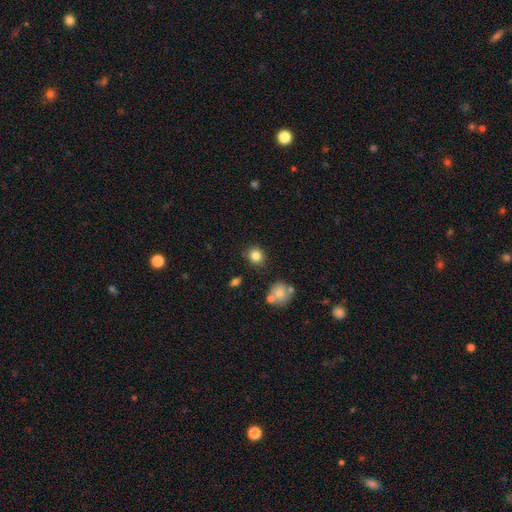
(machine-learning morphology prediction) Q: Smooth or featured?
A: smooth (83%); runner-up: star or artifact (11%)
Q: How rounded?
A: round (82%); runner-up: in between (17%)
Q: Merging?
A: none (86%); runner-up: minor disturbance (9%)